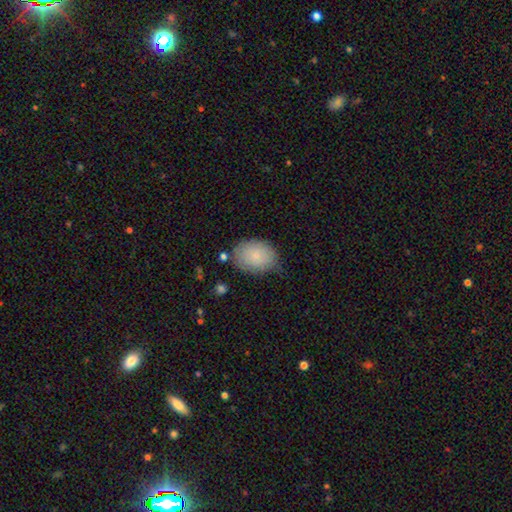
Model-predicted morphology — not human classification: smooth_or_featured: smooth (p=0.81) [alt: featured or disk p=0.12]
how_rounded: in between (p=0.76) [alt: round p=0.23]
merging: none (p=0.69) [alt: minor disturbance p=0.23]